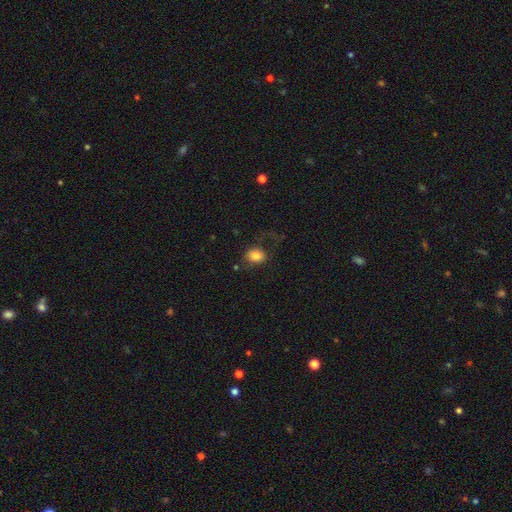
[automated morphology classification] Smooth or featured?
  - smooth: 79% *
  - featured or disk: 12%
  - star or artifact: 9%
How rounded?
  - in between: 63% *
  - round: 36%
  - cigar-shaped: 1%
Merging?
  - none: 59% *
  - major disturbance: 20%
  - minor disturbance: 19%
  - merger: 3%